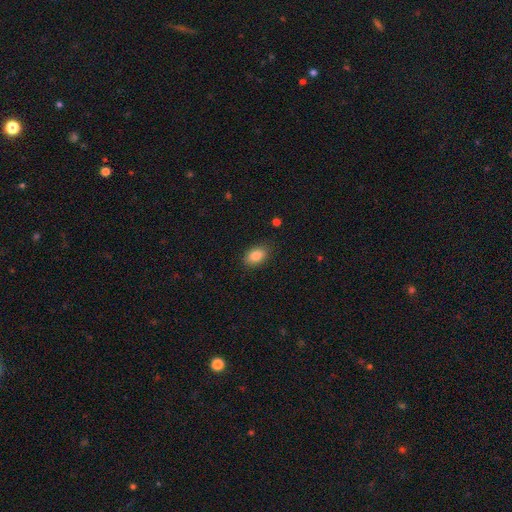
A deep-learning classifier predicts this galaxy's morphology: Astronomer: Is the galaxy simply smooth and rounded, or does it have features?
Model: smooth — 85%.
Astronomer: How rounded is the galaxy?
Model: in between — 87%.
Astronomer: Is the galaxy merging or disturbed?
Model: none — 86%.